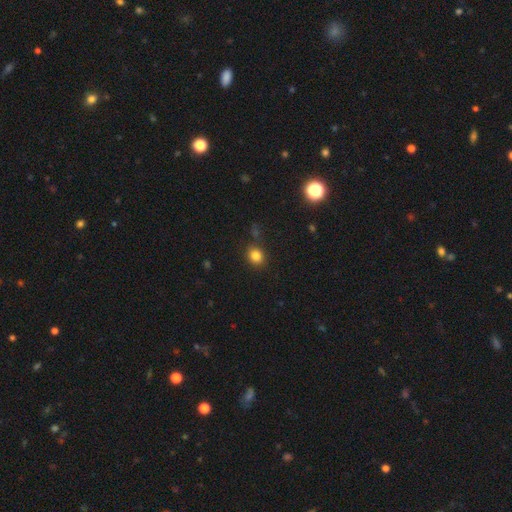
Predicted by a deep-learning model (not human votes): A smooth galaxy with no disk features (82%) that is round (70%). Merging: none (84%).